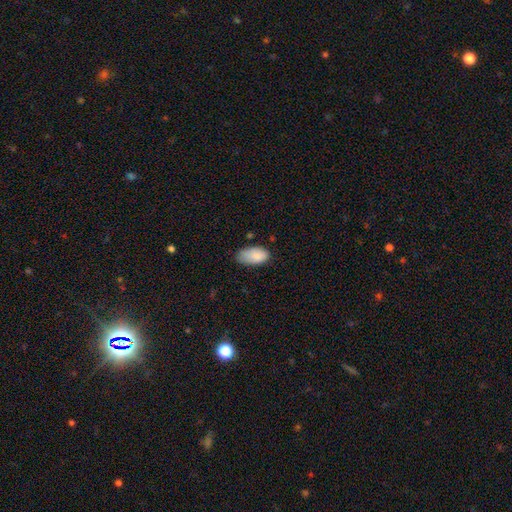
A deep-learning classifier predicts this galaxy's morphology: Smooth or featured?
  - smooth: 86% *
  - star or artifact: 7%
  - featured or disk: 7%
How rounded?
  - in between: 94% *
  - round: 4%
  - cigar-shaped: 2%
Merging?
  - none: 56% *
  - minor disturbance: 35%
  - major disturbance: 7%
  - merger: 2%